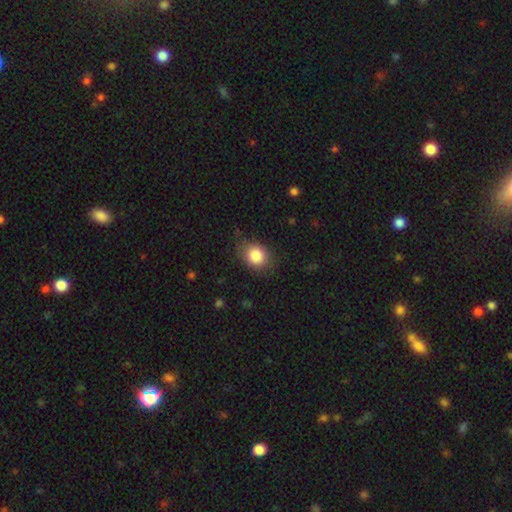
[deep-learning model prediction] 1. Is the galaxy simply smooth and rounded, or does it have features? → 85% smooth, 9% star or artifact, 6% featured or disk.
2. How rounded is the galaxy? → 56% round, 43% in between, 1% cigar-shaped.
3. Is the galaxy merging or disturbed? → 73% none, 20% minor disturbance, 6% major disturbance, 1% merger.